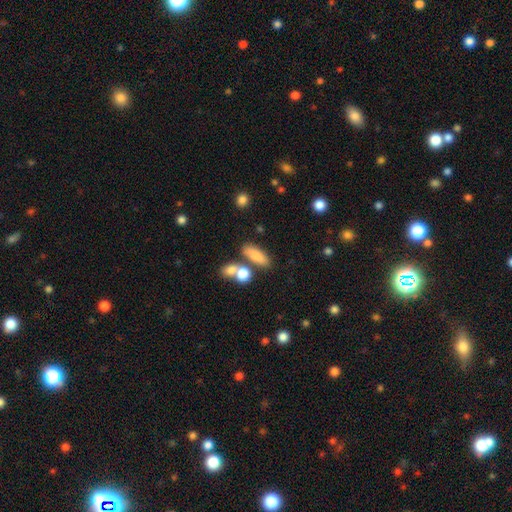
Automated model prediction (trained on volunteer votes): Smooth or featured? smooth (80%)
How rounded? in between (62%)
Merging? none (62%)